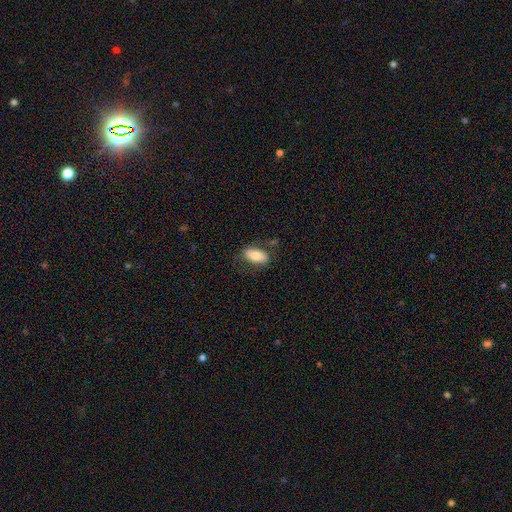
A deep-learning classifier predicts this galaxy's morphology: smooth_or_featured: smooth (p=0.73) [alt: featured or disk p=0.21]
how_rounded: in between (p=0.88) [alt: cigar-shaped p=0.08]
merging: none (p=0.74) [alt: minor disturbance p=0.17]